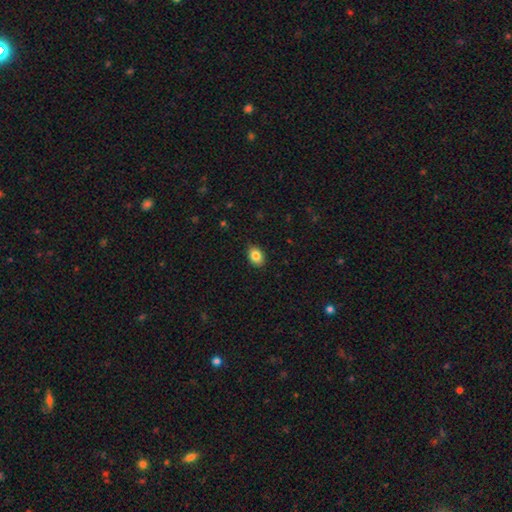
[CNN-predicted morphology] The model was most divided on "how rounded": in between: 75%, round: 24%, cigar-shaped: 1%. More confident: merging — none (88%); smooth or featured — smooth (84%).